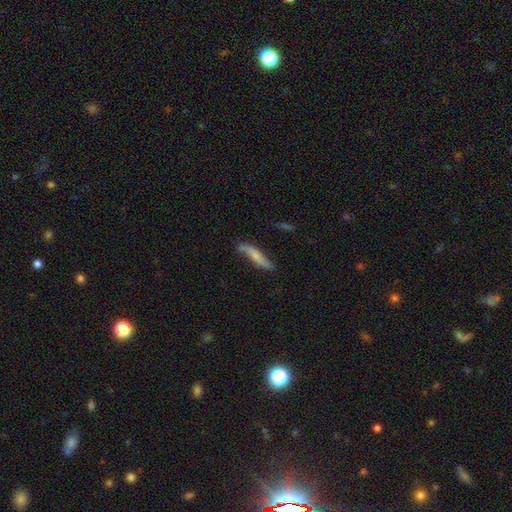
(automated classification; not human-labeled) Smooth or featured?
  - smooth: 52% *
  - featured or disk: 42%
  - star or artifact: 6%
How rounded?
  - cigar-shaped: 83% *
  - in between: 15%
  - round: 2%
Merging?
  - none: 65% *
  - minor disturbance: 26%
  - major disturbance: 6%
  - merger: 3%